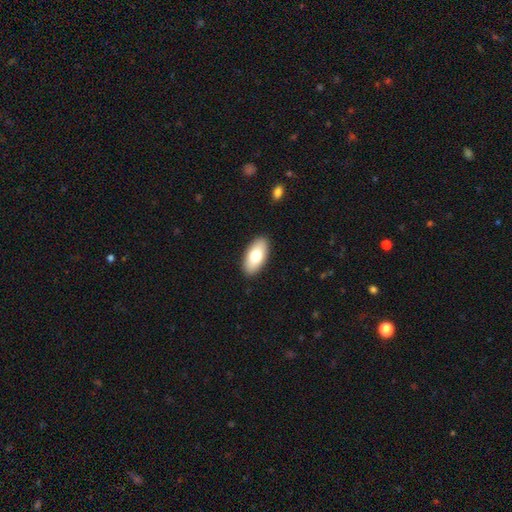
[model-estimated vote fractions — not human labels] smooth 74%, featured or disk 19%, star or artifact 6%. Down the decision tree: how rounded — in between (92%); merging — none (90%).